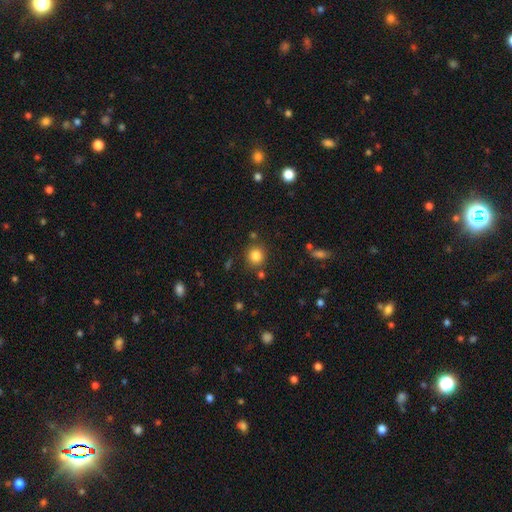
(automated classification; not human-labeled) A smooth galaxy with no disk features (83%) that is round (89%).

Vote fractions:
- Smooth or featured? smooth: 83% / star or artifact: 12% / featured or disk: 5%
- How rounded? round: 89% / in between: 10% / cigar-shaped: 1%
- Merging? none: 83% / minor disturbance: 8% / merger: 5% / major disturbance: 3%